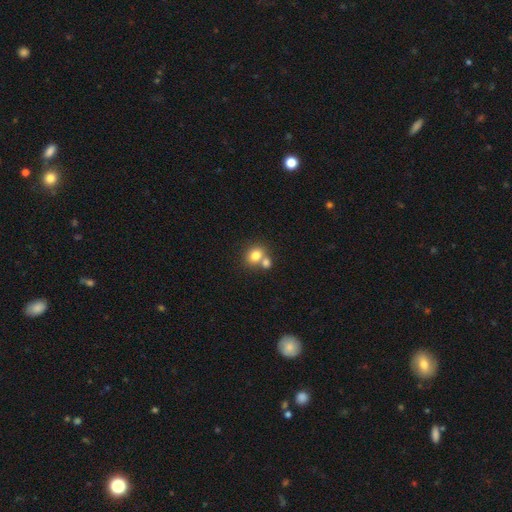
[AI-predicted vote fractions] This appears to be a smooth galaxy with no disk features (79%) that is round (66%). Merging: none (46%).